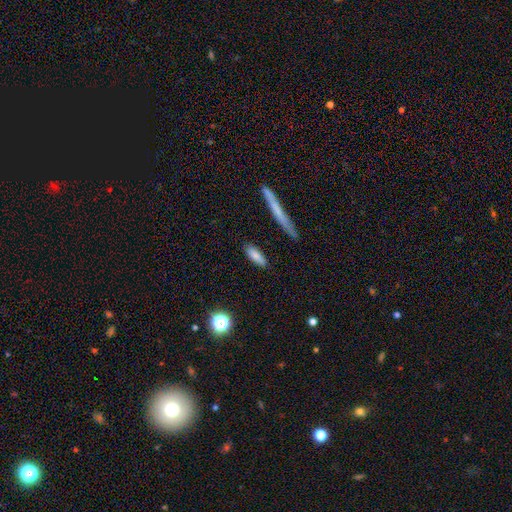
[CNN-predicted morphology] smooth-or-featured: smooth: 83% | featured or disk: 10% | star or artifact: 7%
  how-rounded: in between: 57% | cigar-shaped: 41% | round: 2%
  merging: none: 85% | minor disturbance: 10% | major disturbance: 2% | merger: 2%